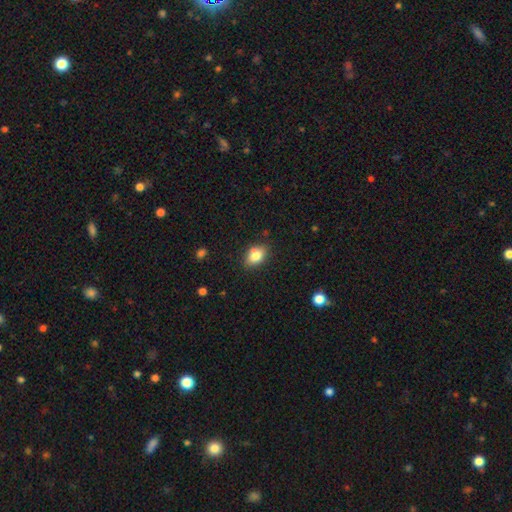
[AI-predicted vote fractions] Q: Smooth or featured?
A: smooth (80%); runner-up: featured or disk (10%)
Q: How rounded?
A: in between (75%); runner-up: round (23%)
Q: Merging?
A: none (76%); runner-up: minor disturbance (16%)